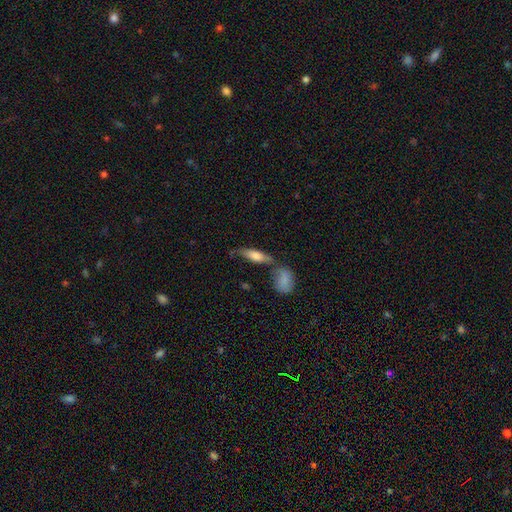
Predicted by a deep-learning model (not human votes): This is likely a smooth galaxy (63%). How rounded: possibly in between (50%). Merging: possibly none (49%).